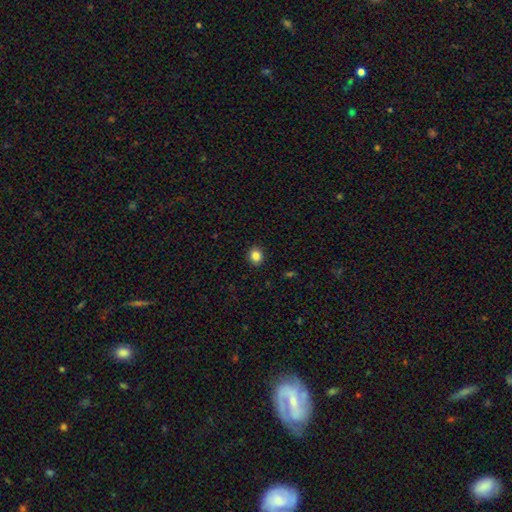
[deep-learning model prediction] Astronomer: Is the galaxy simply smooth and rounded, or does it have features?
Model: smooth — 84%.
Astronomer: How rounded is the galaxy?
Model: round — 77%.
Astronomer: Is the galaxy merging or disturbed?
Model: none — 92%.